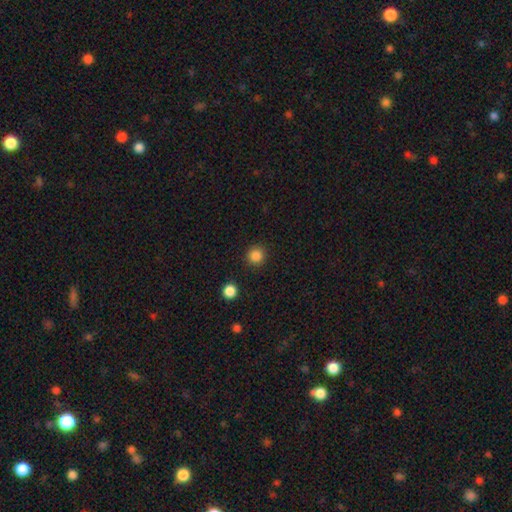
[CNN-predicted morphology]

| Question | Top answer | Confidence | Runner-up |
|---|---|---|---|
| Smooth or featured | smooth | 86% | star or artifact (11%) |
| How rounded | round | 93% | in between (6%) |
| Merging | none | 90% | minor disturbance (6%) |